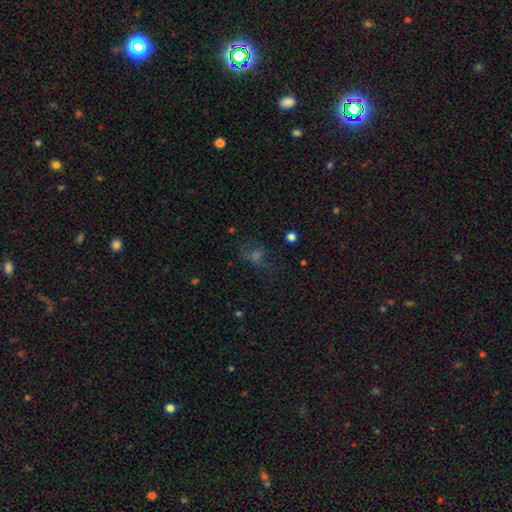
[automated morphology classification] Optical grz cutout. It shows a star or artifact, not a galaxy (38%).